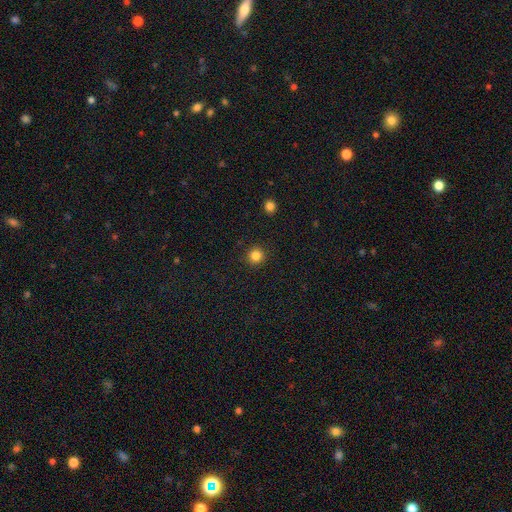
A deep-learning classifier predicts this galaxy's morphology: smooth-or-featured: smooth: 84% | star or artifact: 12% | featured or disk: 4%
  how-rounded: round: 95% | in between: 4% | cigar-shaped: 1%
  merging: none: 92% | minor disturbance: 5% | major disturbance: 2% | merger: 1%